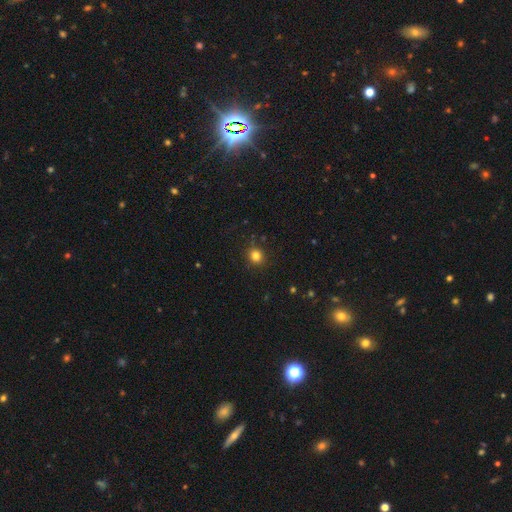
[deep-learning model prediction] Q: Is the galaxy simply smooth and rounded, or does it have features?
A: smooth — 81%.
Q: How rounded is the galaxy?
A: round — 87%.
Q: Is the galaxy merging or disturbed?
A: none — 88%.